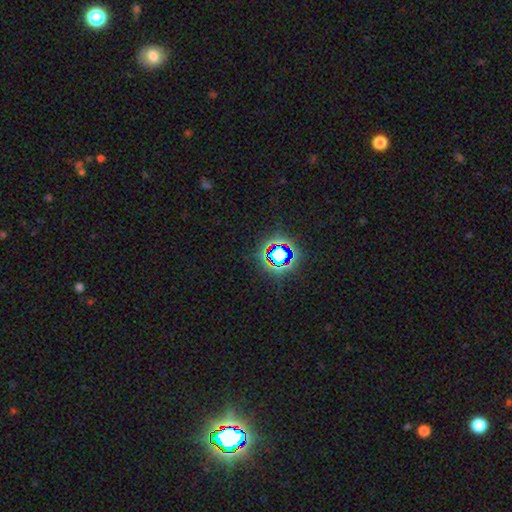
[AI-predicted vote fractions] star or artifact 78%, smooth 13%, featured or disk 9%.